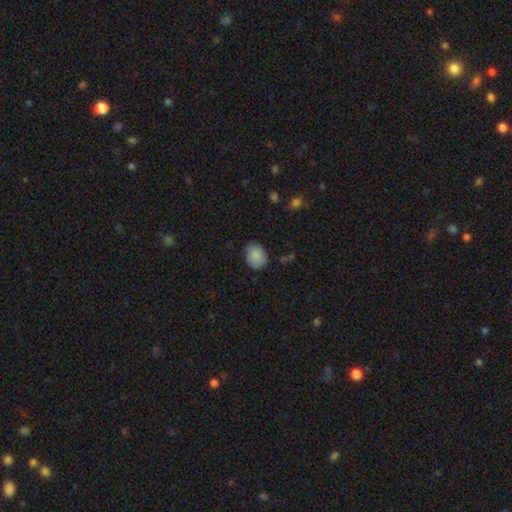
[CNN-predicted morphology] A smooth galaxy with no disk features (86%) that is in between round and cigar-shaped (62%). Merging: none (75%).